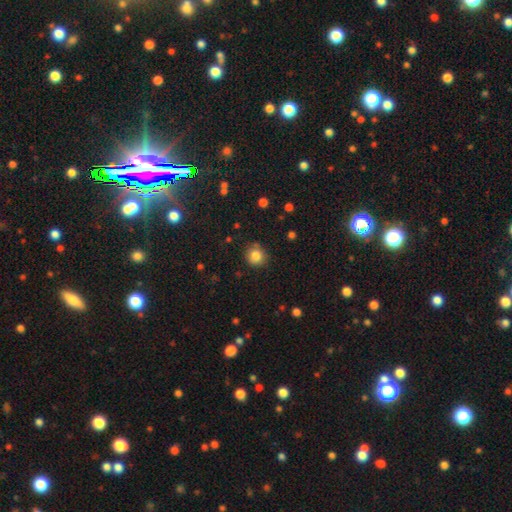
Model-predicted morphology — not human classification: This is clearly a smooth galaxy (82%). How rounded: clearly round (89%). Merging: clearly none (84%).